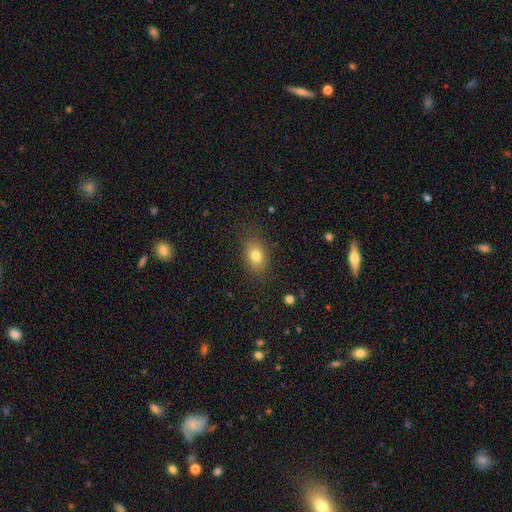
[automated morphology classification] Smooth or featured: smooth — 78% (featured or disk — 12%)
How rounded: in between — 78% (round — 21%)
Merging: none — 82% (minor disturbance — 13%)